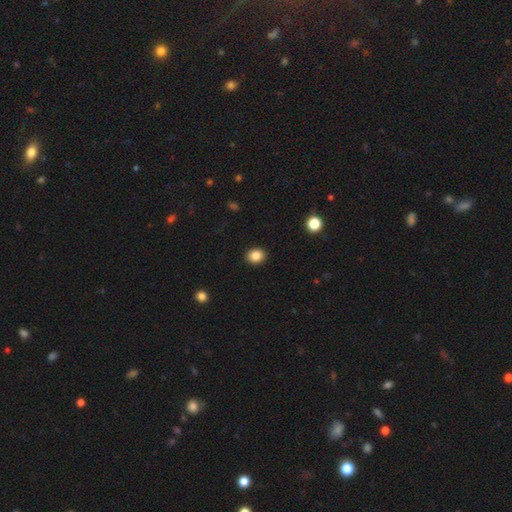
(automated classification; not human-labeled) Q: Smooth or featured?
A: smooth (86%); runner-up: star or artifact (10%)
Q: How rounded?
A: round (61%); runner-up: in between (38%)
Q: Merging?
A: none (91%); runner-up: minor disturbance (6%)